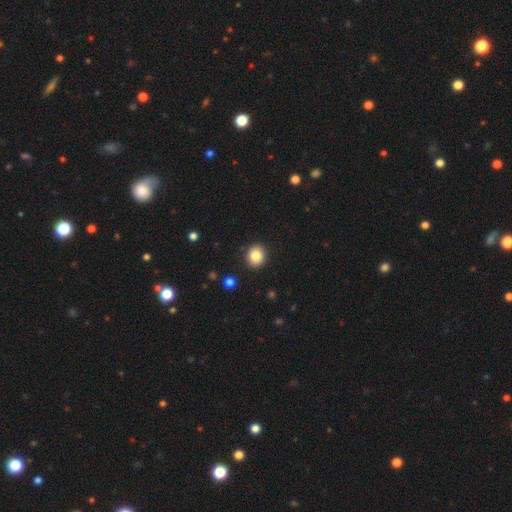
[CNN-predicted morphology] Overall: smooth (83%). How rounded: round (79%). Merging: none (91%).